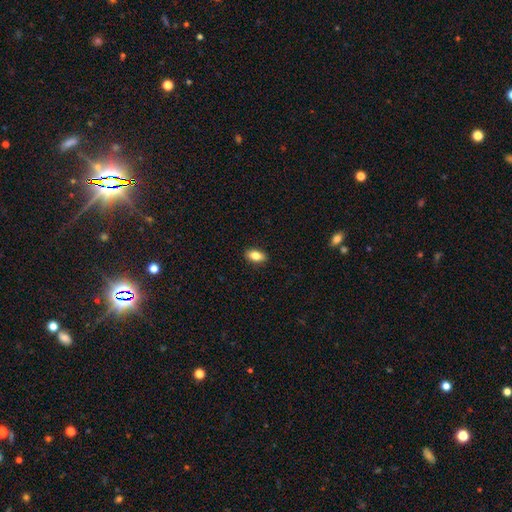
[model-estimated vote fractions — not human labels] A smooth galaxy with no disk features (83%) that is in between round and cigar-shaped (89%).

Vote fractions:
- Smooth or featured? smooth: 83% / featured or disk: 9% / star or artifact: 8%
- How rounded? in between: 89% / round: 7% / cigar-shaped: 5%
- Merging? none: 89% / minor disturbance: 8% / major disturbance: 2% / merger: 1%